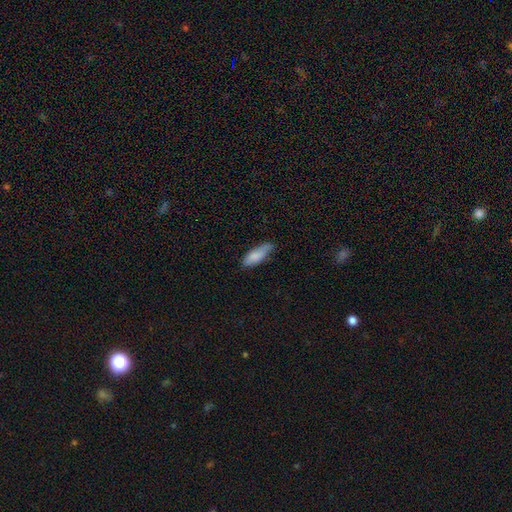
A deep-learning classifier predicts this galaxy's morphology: smooth-or-featured: smooth: 83% | featured or disk: 11% | star or artifact: 6%
  how-rounded: in between: 65% | cigar-shaped: 33% | round: 2%
  merging: none: 62% | minor disturbance: 30% | major disturbance: 5% | merger: 2%